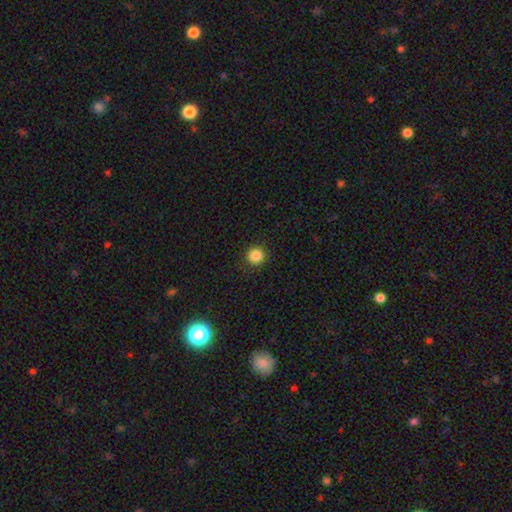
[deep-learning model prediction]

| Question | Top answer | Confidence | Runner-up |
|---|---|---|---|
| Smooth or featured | smooth | 85% | star or artifact (12%) |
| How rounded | round | 95% | in between (4%) |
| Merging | none | 92% | minor disturbance (5%) |